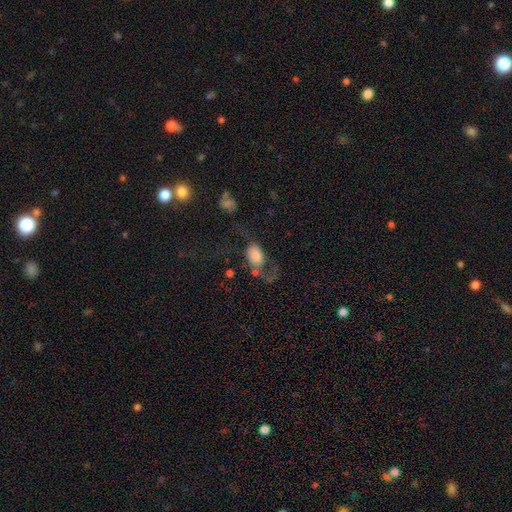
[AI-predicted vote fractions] smooth-or-featured: smooth: 61% | featured or disk: 30% | star or artifact: 10%
  how-rounded: in between: 83% | round: 15% | cigar-shaped: 2%
  merging: major disturbance: 49% | none: 24% | minor disturbance: 16% | merger: 11%